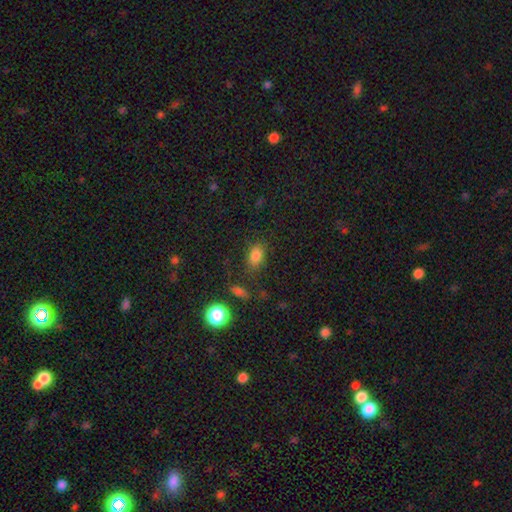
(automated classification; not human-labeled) Smooth or featured? Predicted: smooth (p=0.81). How rounded? Predicted: in between (p=0.81). Merging? Predicted: none (p=0.77).